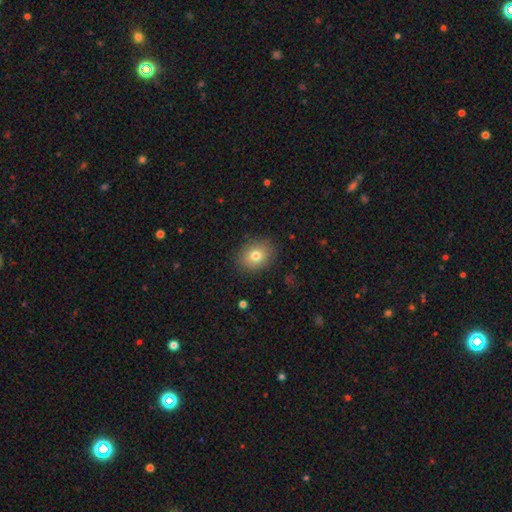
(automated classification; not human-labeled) Q: Smooth or featured?
A: smooth (78%); runner-up: featured or disk (11%)
Q: How rounded?
A: round (57%); runner-up: in between (42%)
Q: Merging?
A: none (87%); runner-up: minor disturbance (9%)